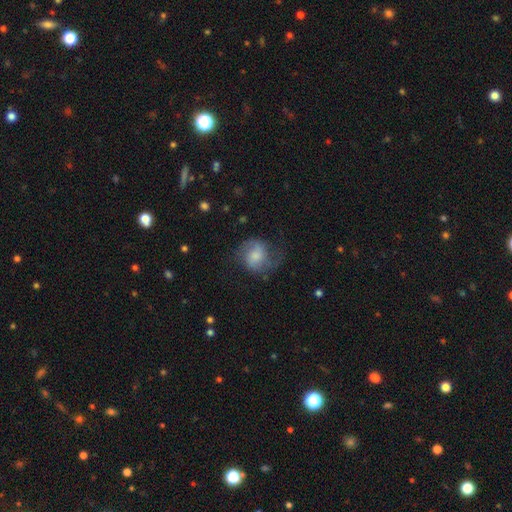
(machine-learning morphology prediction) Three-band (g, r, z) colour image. It shows a featured or disk galaxy (62%) with no bar (57%), 2 (86%) medium (47%) spiral arms (91%) and a moderate central bulge (37%). Merging: none (59%).